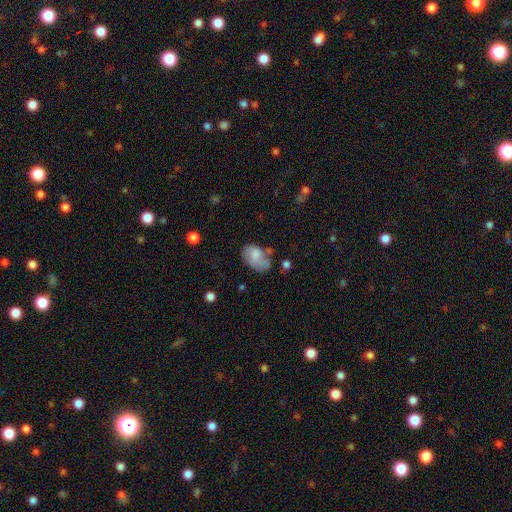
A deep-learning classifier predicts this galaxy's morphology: This appears to be a smooth galaxy with no disk features (70%) that is in between round and cigar-shaped (89%). Merging: none (40%).